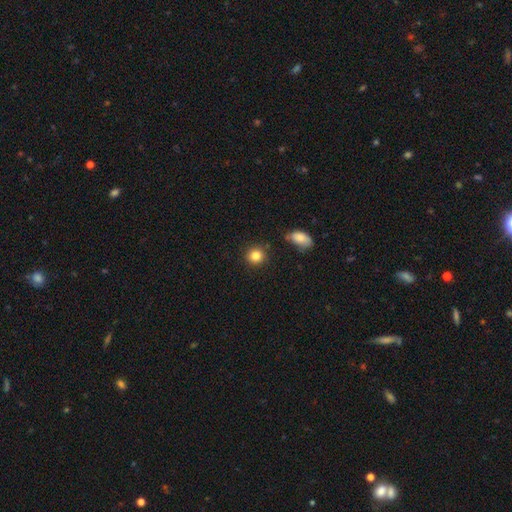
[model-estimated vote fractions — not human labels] Overall: smooth (84%). How rounded: round (89%). Merging: none (86%).